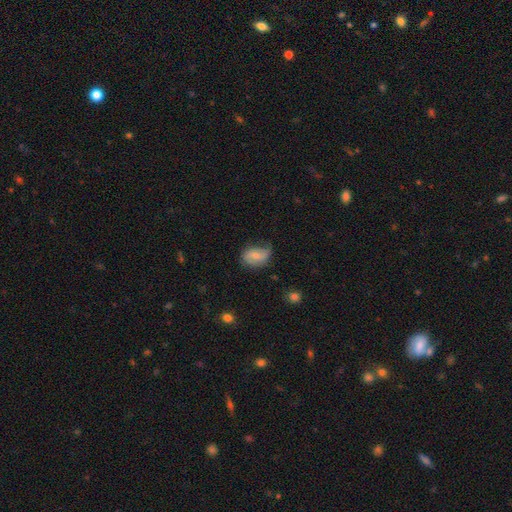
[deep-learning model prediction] Q: Smooth or featured?
A: smooth (47%); runner-up: featured or disk (45%)
Q: Merging?
A: none (49%); runner-up: minor disturbance (35%)